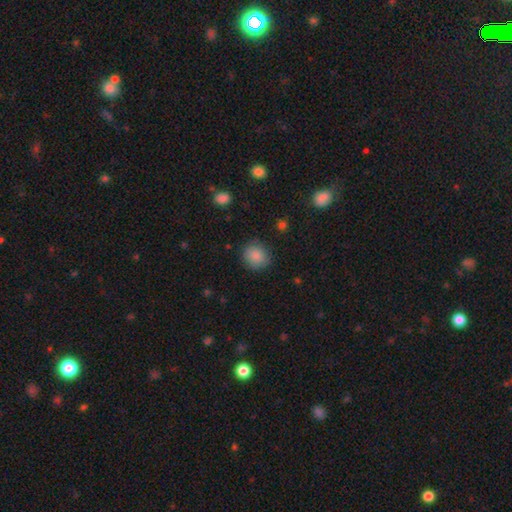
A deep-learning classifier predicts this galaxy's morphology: Smooth or featured: smooth — 87% (star or artifact — 8%)
How rounded: round — 83% (in between — 16%)
Merging: none — 85% (minor disturbance — 11%)